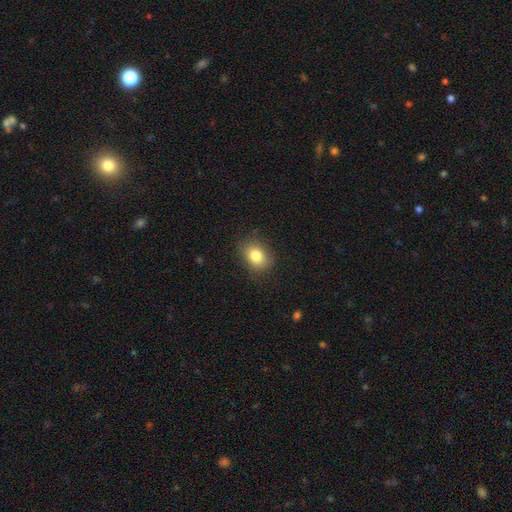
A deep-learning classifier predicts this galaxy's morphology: smooth_or_featured: smooth (p=0.81) [alt: star or artifact p=0.10]
how_rounded: in between (p=0.60) [alt: round p=0.39]
merging: none (p=0.83) [alt: minor disturbance p=0.12]